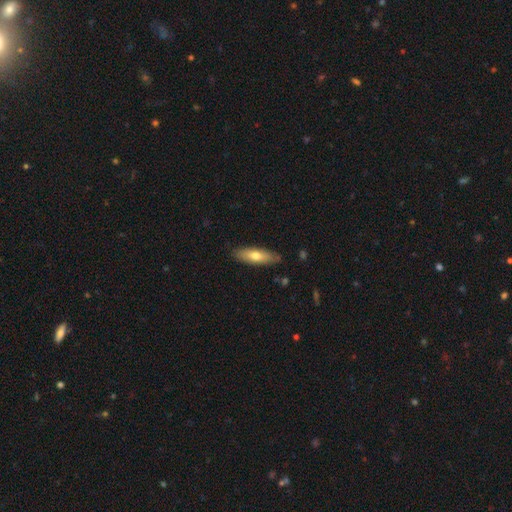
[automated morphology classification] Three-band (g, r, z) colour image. It shows a smooth galaxy with no disk features (64%) that is cigar-shaped (50%). Merging: none (85%).